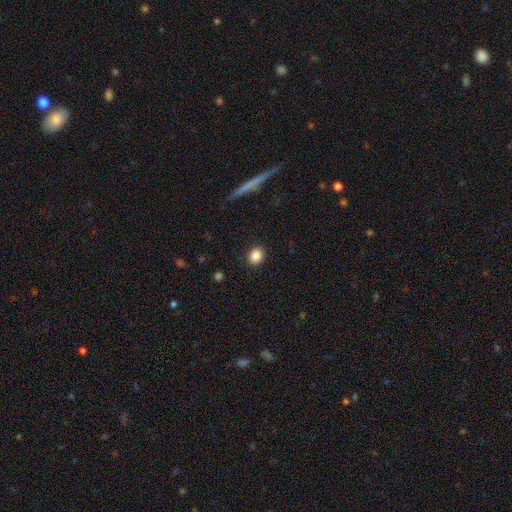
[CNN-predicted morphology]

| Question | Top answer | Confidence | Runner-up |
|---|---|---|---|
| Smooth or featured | smooth | 86% | star or artifact (9%) |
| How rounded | round | 66% | in between (33%) |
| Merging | none | 91% | minor disturbance (6%) |